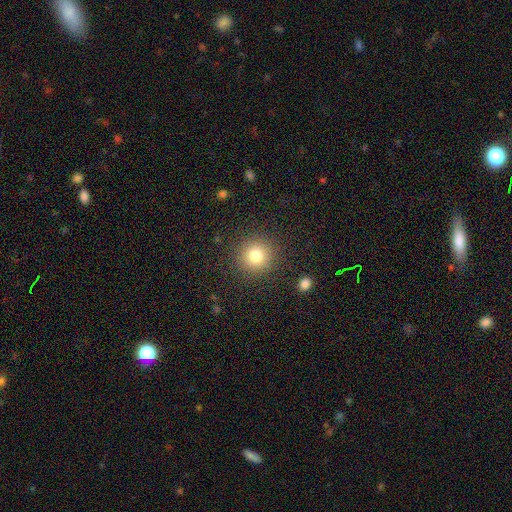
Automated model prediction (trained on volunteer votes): Overall: smooth (80%). How rounded: round (94%). Merging: none (89%).